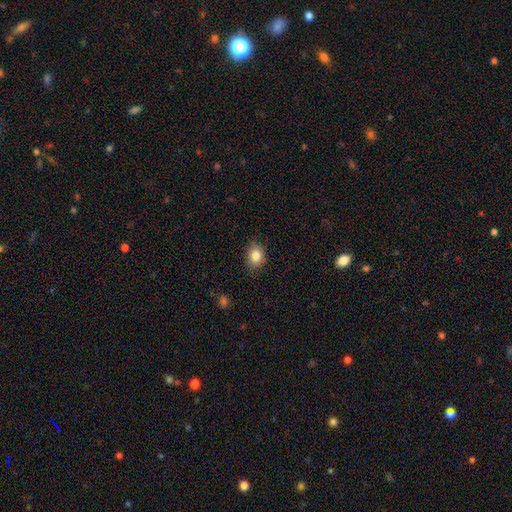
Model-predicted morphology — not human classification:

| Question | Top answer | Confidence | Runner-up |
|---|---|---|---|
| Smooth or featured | smooth | 84% | star or artifact (9%) |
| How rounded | in between | 64% | round (34%) |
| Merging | none | 83% | minor disturbance (13%) |